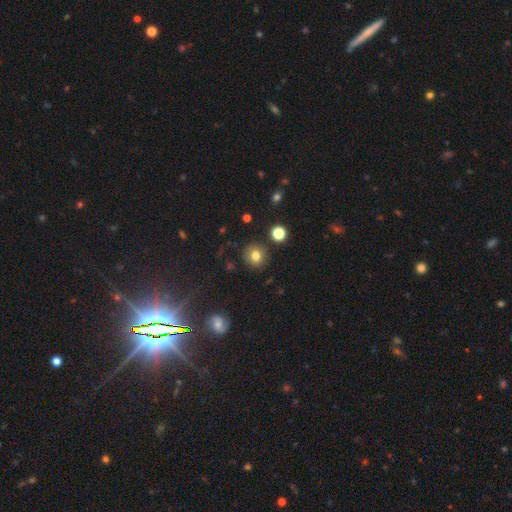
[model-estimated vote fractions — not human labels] smooth 79%, star or artifact 13%, featured or disk 9%. Down the decision tree: how rounded — round (88%); merging — none (86%).